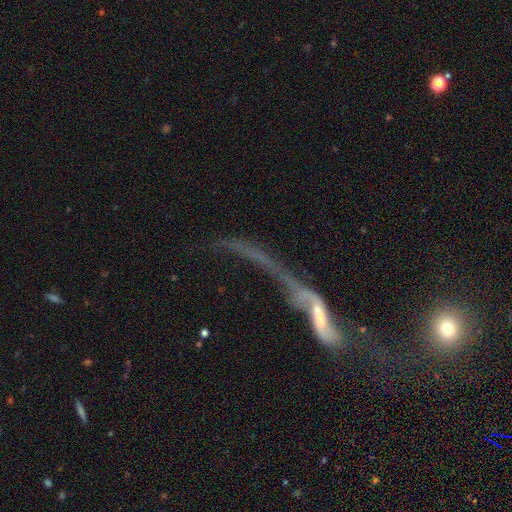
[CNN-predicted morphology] featured or disk 62%, smooth 21%, star or artifact 17%. Down the decision tree: edge-on disk — no (70%); merging — major disturbance (37%).